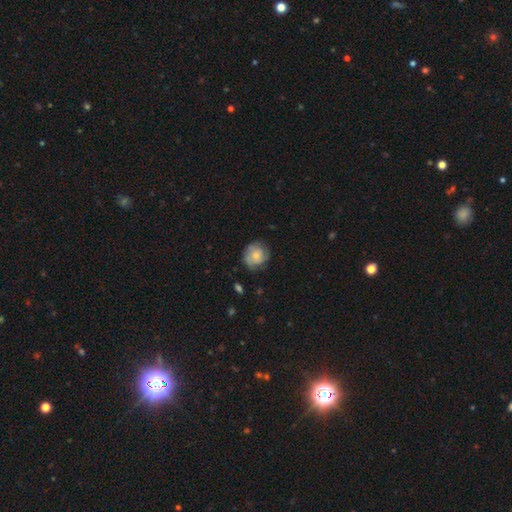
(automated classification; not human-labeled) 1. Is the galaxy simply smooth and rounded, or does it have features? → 52% smooth, 40% featured or disk, 7% star or artifact.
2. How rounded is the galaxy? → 84% round, 15% in between, 1% cigar-shaped.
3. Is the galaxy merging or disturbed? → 72% none, 21% minor disturbance, 6% major disturbance, 1% merger.